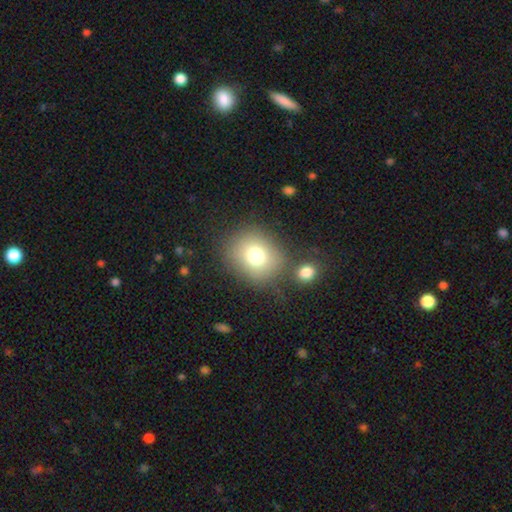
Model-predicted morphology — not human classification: Overall: smooth (74%). How rounded: round (70%). Merging: none (70%).